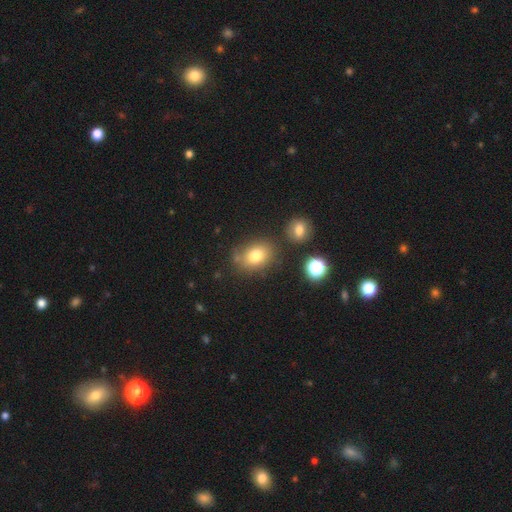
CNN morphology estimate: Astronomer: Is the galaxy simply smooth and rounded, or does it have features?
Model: smooth — 77%.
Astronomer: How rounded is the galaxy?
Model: in between — 63%.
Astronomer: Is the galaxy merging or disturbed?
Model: none — 71%.